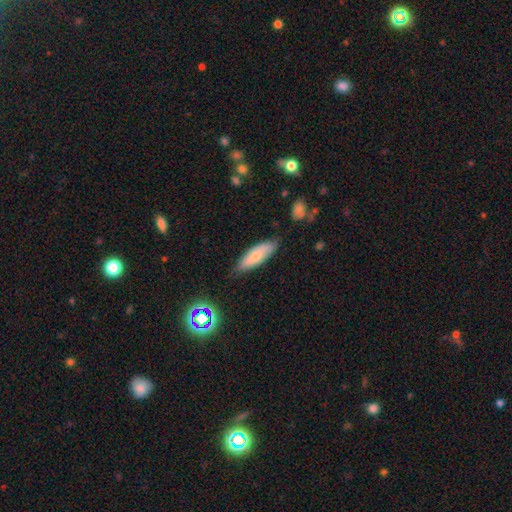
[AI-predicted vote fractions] smooth_or_featured: smooth (p=0.72) [alt: featured or disk p=0.21]
how_rounded: in between (p=0.56) [alt: cigar-shaped p=0.42]
merging: none (p=0.72) [alt: minor disturbance p=0.21]